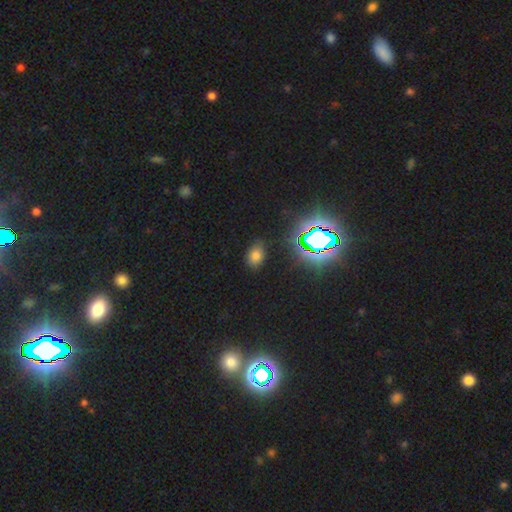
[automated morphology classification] Q: Smooth or featured?
A: smooth (67%); runner-up: star or artifact (25%)
Q: How rounded?
A: in between (78%); runner-up: round (21%)
Q: Merging?
A: none (81%); runner-up: minor disturbance (13%)